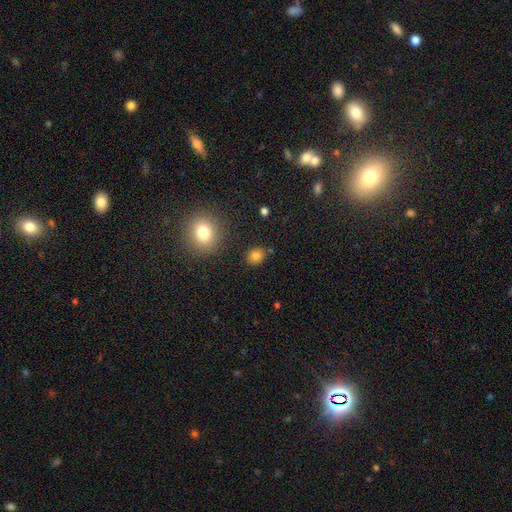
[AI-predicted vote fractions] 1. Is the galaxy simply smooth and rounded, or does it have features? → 81% smooth, 13% star or artifact, 6% featured or disk.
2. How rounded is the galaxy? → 66% round, 33% in between, 1% cigar-shaped.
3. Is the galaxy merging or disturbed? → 83% none, 10% minor disturbance, 4% merger, 3% major disturbance.